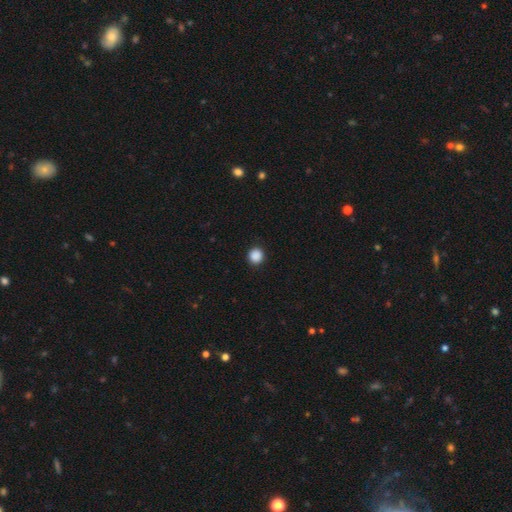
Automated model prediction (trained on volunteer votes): A smooth galaxy with no disk features (89%) that is round (93%). Merging: none (92%).